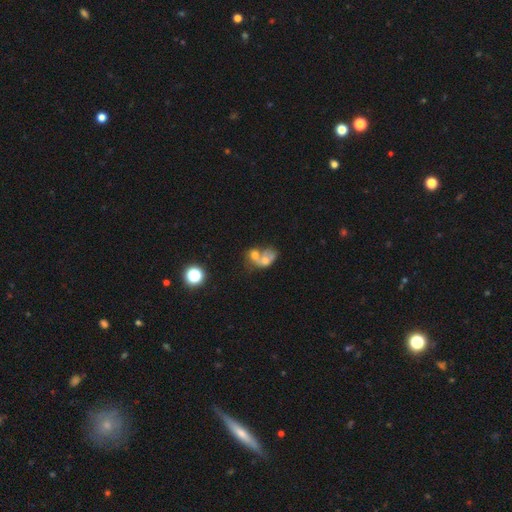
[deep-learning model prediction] A smooth galaxy with no disk features (47%).

Vote fractions:
- Smooth or featured? smooth: 47% / featured or disk: 38% / star or artifact: 15%
- Merging? merger: 71% / none: 15% / major disturbance: 8% / minor disturbance: 7%